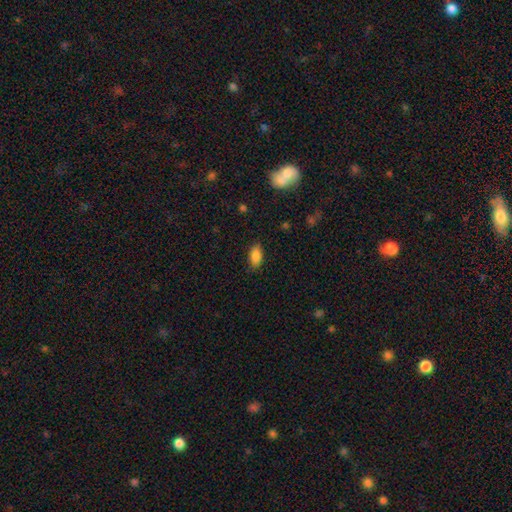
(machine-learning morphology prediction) This is clearly a smooth galaxy (86%). How rounded: clearly in between (89%). Merging: clearly none (84%).